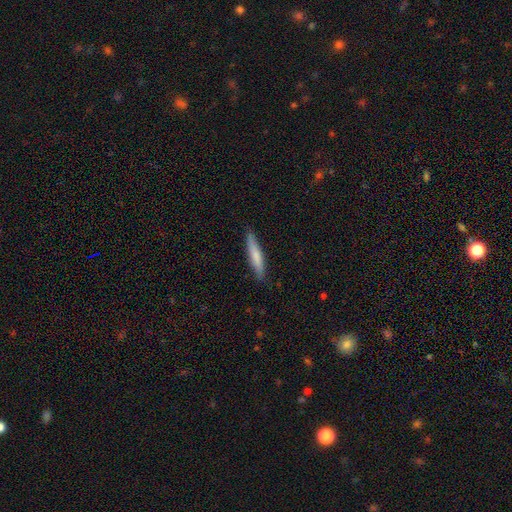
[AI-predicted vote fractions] Overall: smooth (71%). How rounded: cigar-shaped (91%). Merging: none (88%).